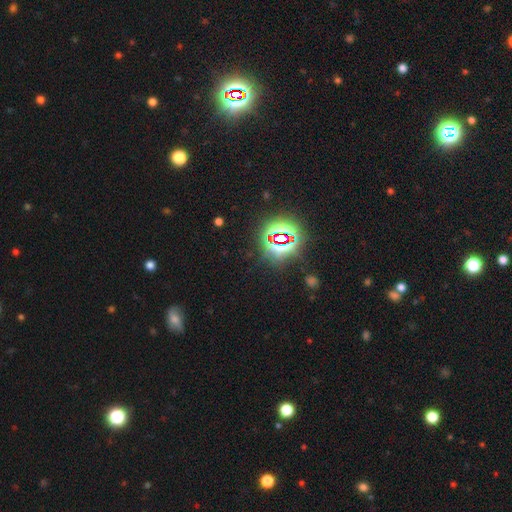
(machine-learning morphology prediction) Smooth or featured?
  - star or artifact: 80% *
  - smooth: 12%
  - featured or disk: 8%